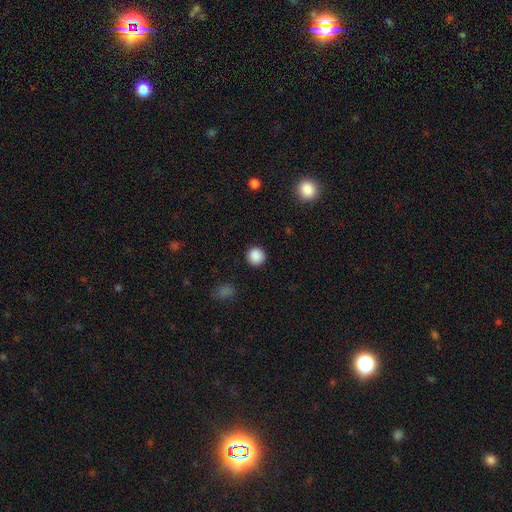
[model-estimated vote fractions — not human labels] Morphology: type=smooth (88%); roundness=round (94%); merging=none (92%).